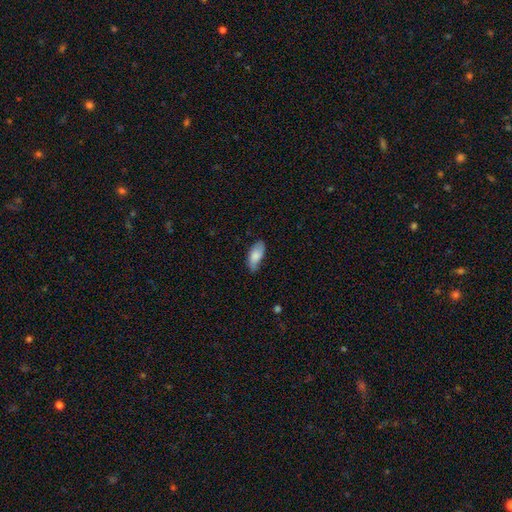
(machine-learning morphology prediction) smooth 78%, featured or disk 16%, star or artifact 6%. Down the decision tree: how rounded — in between (87%); merging — none (66%).